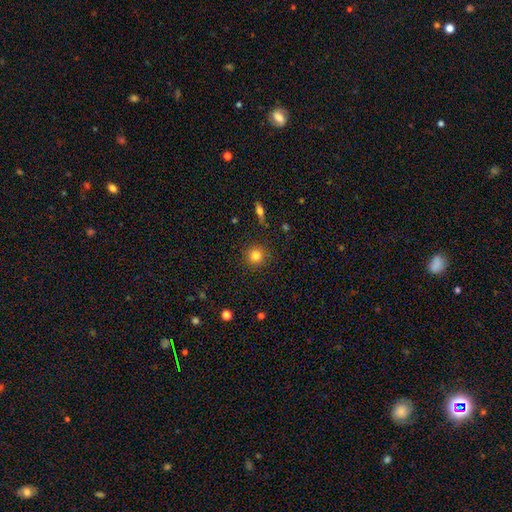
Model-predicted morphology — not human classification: This is clearly a smooth galaxy (81%). How rounded: clearly round (93%). Merging: clearly none (90%).